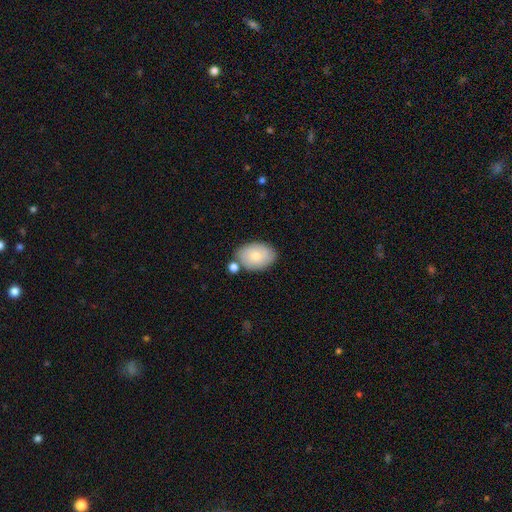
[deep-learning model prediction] Q: Smooth or featured?
A: smooth (75%); runner-up: featured or disk (18%)
Q: How rounded?
A: in between (85%); runner-up: round (14%)
Q: Merging?
A: none (73%); runner-up: minor disturbance (14%)